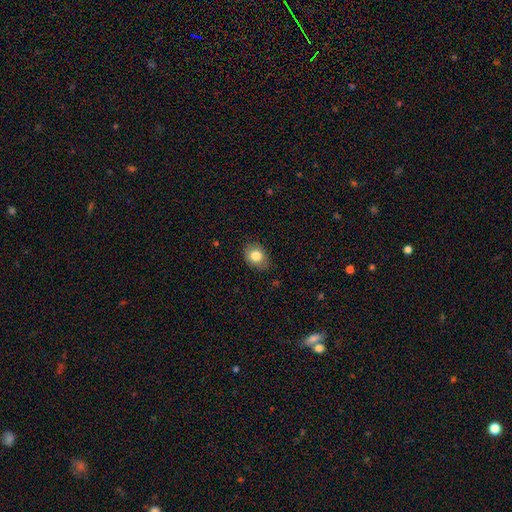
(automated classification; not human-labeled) This appears to be a smooth galaxy with no disk features (81%) that is in between round and cigar-shaped (58%). Merging: none (81%).